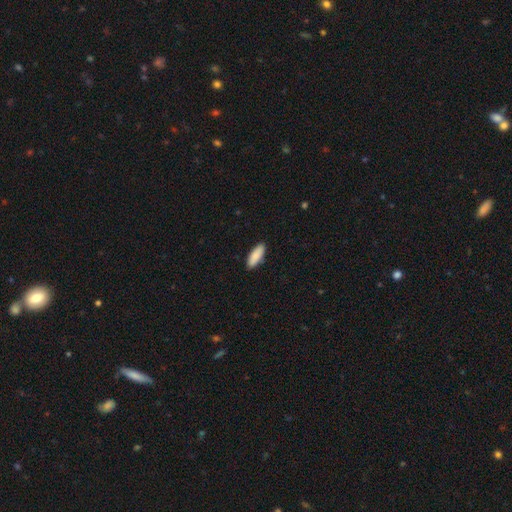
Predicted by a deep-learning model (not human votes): The model was most divided on "how rounded": in between: 66%, cigar-shaped: 32%, round: 2%. More confident: smooth or featured — smooth (89%); merging — none (89%).